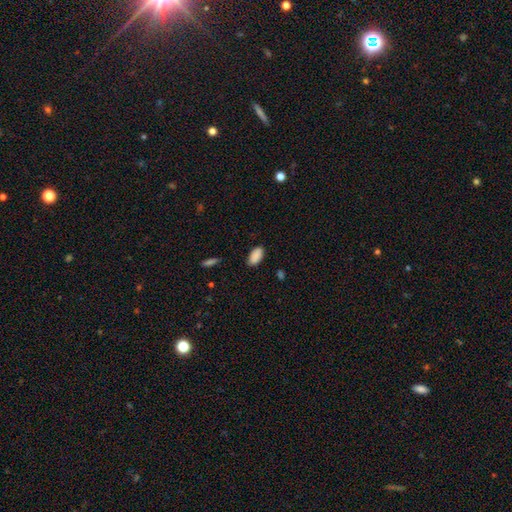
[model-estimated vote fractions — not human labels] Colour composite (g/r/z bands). It shows a smooth galaxy with no disk features (90%) that is in between round and cigar-shaped (94%). Merging: none (85%).